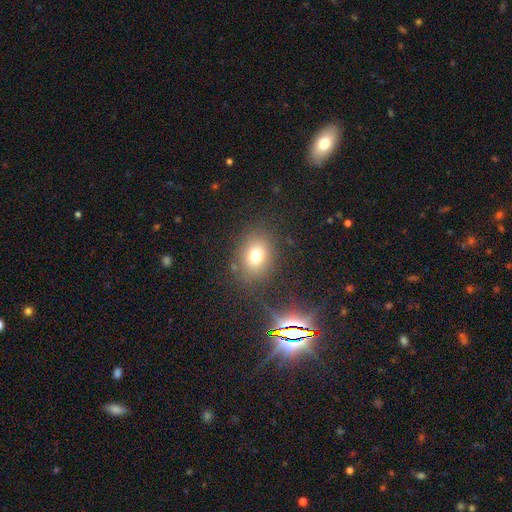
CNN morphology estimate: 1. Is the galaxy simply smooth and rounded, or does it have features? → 73% smooth, 16% star or artifact, 11% featured or disk.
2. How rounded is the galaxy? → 53% in between, 45% round, 1% cigar-shaped.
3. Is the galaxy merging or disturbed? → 81% none, 11% minor disturbance, 5% major disturbance, 3% merger.